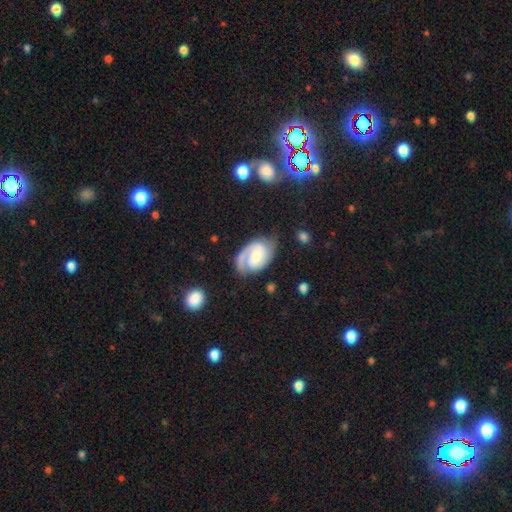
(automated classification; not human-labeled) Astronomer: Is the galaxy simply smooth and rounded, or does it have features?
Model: featured or disk — 79%.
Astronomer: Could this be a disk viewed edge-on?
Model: no — 97%.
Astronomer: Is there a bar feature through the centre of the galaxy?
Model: no — 60%.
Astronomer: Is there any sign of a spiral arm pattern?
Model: yes — 95%.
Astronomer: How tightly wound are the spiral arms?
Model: tight — 48% (runner-up: medium, 39%).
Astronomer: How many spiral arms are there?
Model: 2 — 60%.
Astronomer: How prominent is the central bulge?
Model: small — 50% (runner-up: moderate, 39%).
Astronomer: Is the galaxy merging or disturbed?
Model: none — 63%.